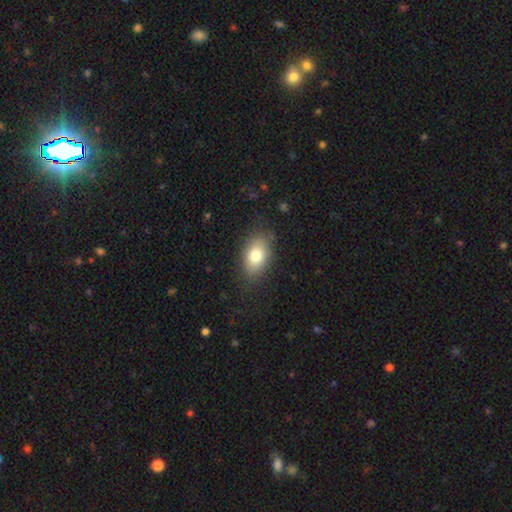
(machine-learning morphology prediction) type=smooth (78%); roundness=in between (86%); merging=none (82%).